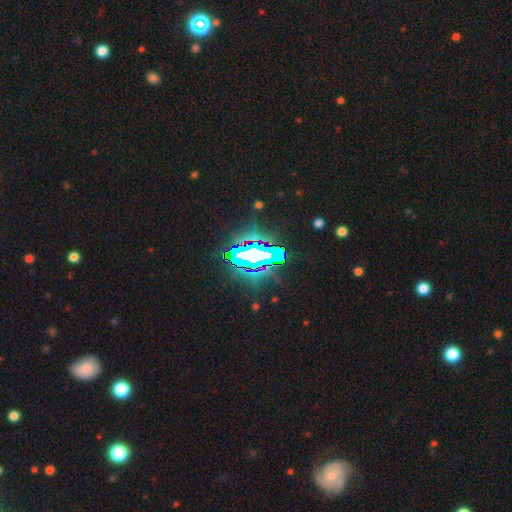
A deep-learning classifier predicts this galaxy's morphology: Smooth or featured? star or artifact (70%)